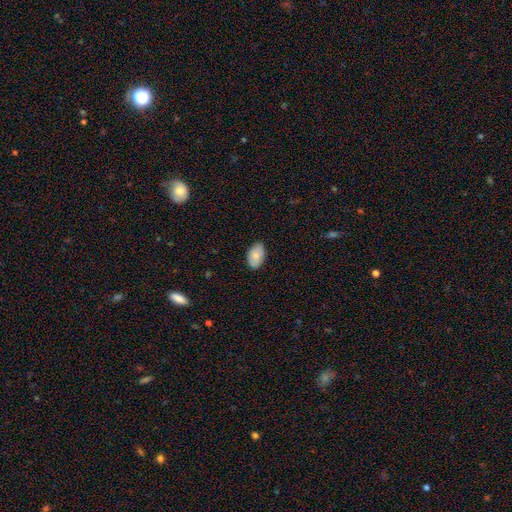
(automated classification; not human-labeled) smooth-or-featured: smooth: 80% | featured or disk: 14% | star or artifact: 7%
  how-rounded: in between: 92% | round: 7% | cigar-shaped: 1%
  merging: none: 82% | minor disturbance: 15% | major disturbance: 2% | merger: 1%